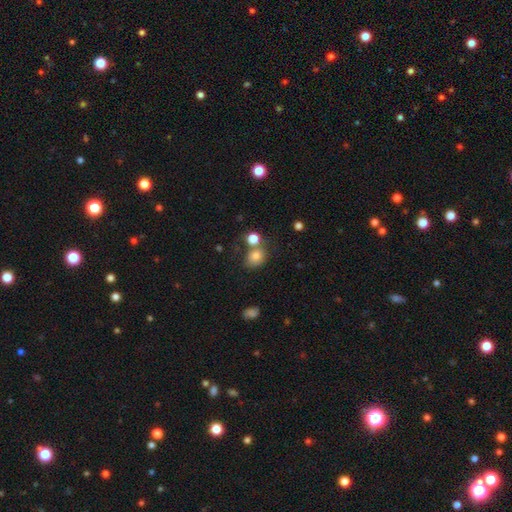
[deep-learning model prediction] smooth_or_featured: smooth (p=0.79) [alt: star or artifact p=0.12]
how_rounded: round (p=0.60) [alt: in between p=0.39]
merging: none (p=0.54) [alt: merger p=0.25]